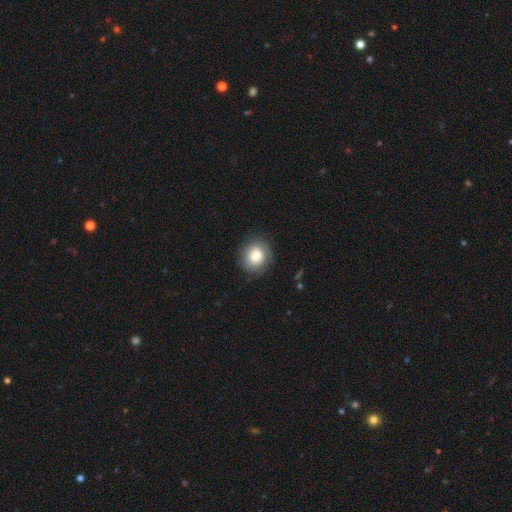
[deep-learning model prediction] Smooth or featured? Predicted: smooth (p=0.75). How rounded? Predicted: round (p=0.78). Merging? Predicted: none (p=0.79).